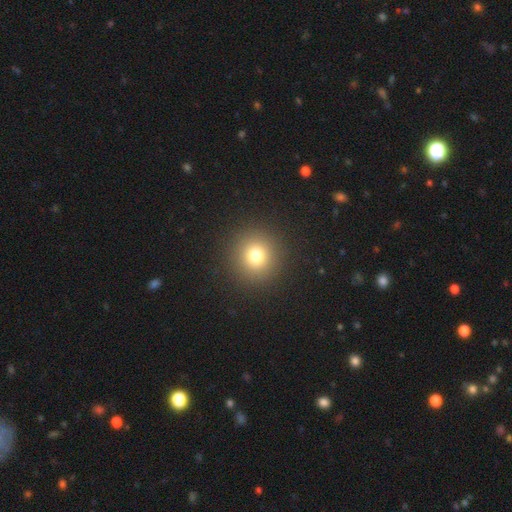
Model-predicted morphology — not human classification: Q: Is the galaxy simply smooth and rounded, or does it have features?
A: smooth — 76%.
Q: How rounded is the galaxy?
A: round — 94%.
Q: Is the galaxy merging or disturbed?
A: none — 91%.